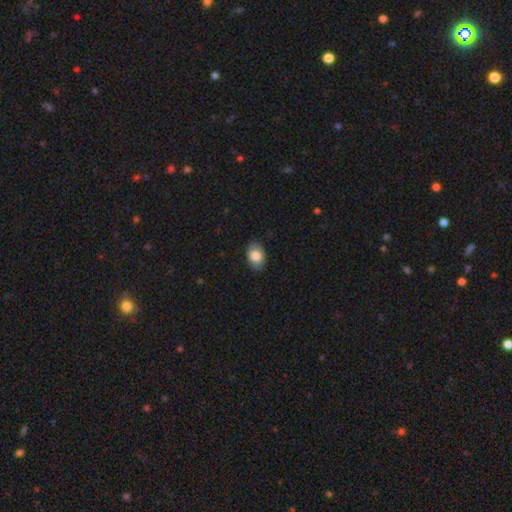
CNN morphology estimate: smooth_or_featured: smooth (p=0.81) [alt: featured or disk p=0.12]
how_rounded: in between (p=0.85) [alt: round p=0.14]
merging: none (p=0.88) [alt: minor disturbance p=0.09]